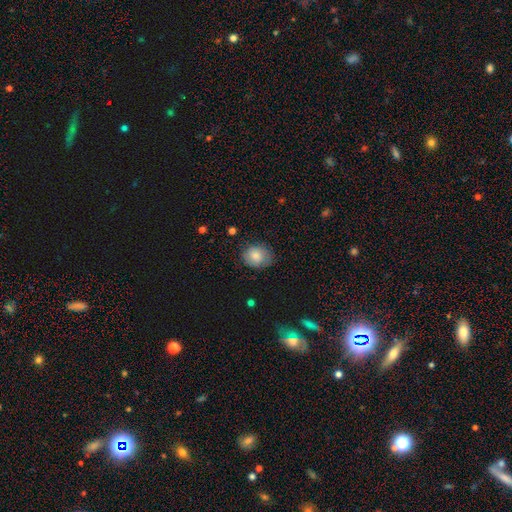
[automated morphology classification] A smooth galaxy with no disk features (81%) that is round (58%). Merging: none (73%).